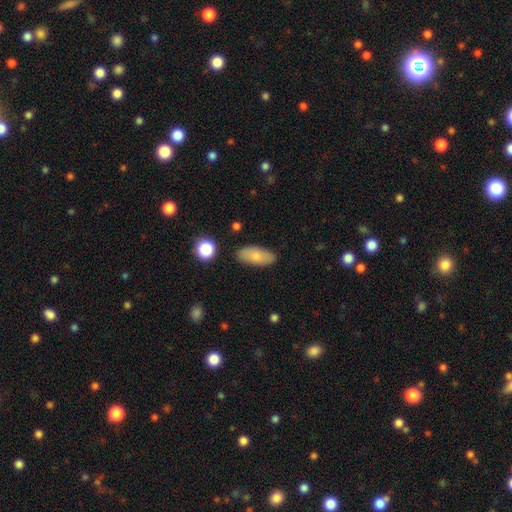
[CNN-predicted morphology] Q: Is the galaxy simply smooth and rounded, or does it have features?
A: smooth — 77%.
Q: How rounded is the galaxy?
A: in between — 90%.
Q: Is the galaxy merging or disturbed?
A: none — 84%.